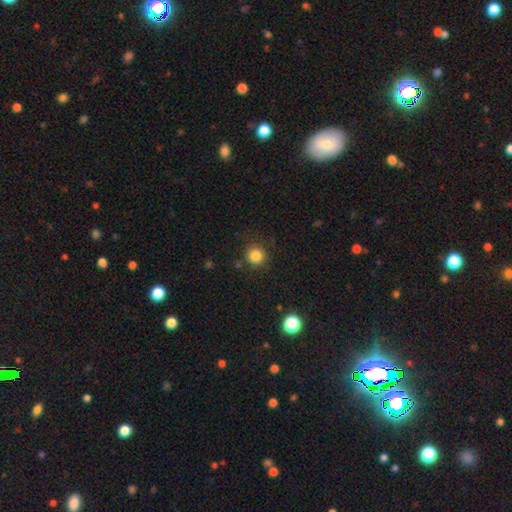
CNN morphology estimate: Smooth or featured? smooth (84%)
How rounded? round (92%)
Merging? none (85%)